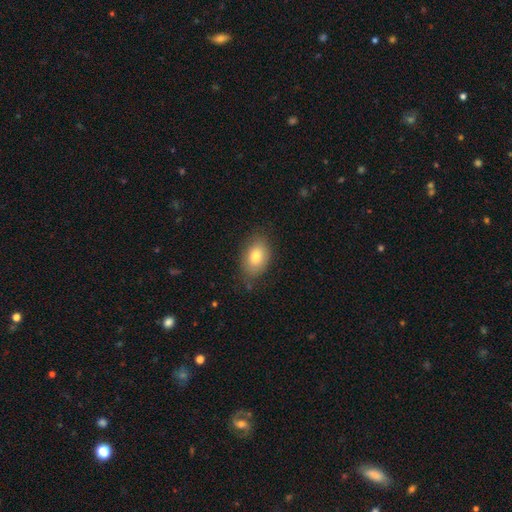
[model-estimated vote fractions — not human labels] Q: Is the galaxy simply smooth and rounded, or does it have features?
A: smooth — 79%.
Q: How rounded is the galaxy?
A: in between — 85%.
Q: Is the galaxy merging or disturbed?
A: none — 78%.